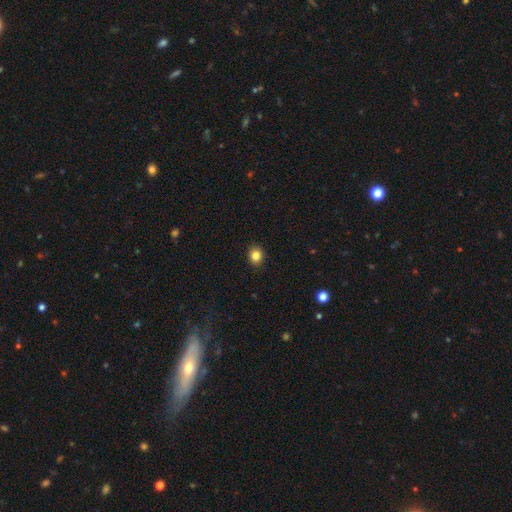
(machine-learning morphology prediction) smooth-or-featured: smooth: 85% | star or artifact: 11% | featured or disk: 5%
  how-rounded: round: 68% | in between: 31% | cigar-shaped: 1%
  merging: none: 90% | minor disturbance: 7% | major disturbance: 2% | merger: 1%